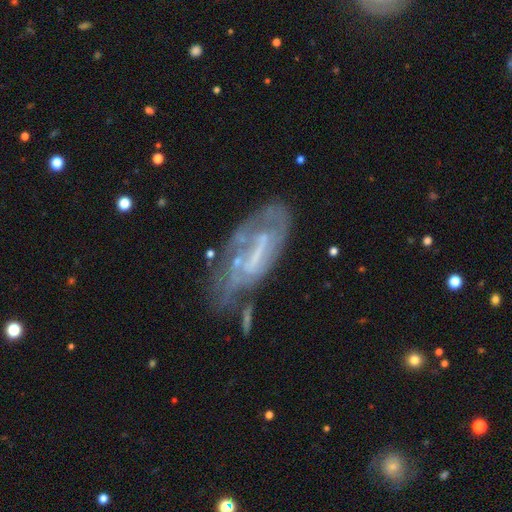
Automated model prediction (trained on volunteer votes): Smooth or featured? Predicted: featured or disk (p=0.71). Edge-on disk? Predicted: no (p=0.90). Bar? Predicted: no (p=0.37). Spiral arms? Predicted: yes (p=0.53). Bulge size? Predicted: none (p=0.48). Merging? Predicted: none (p=0.38).